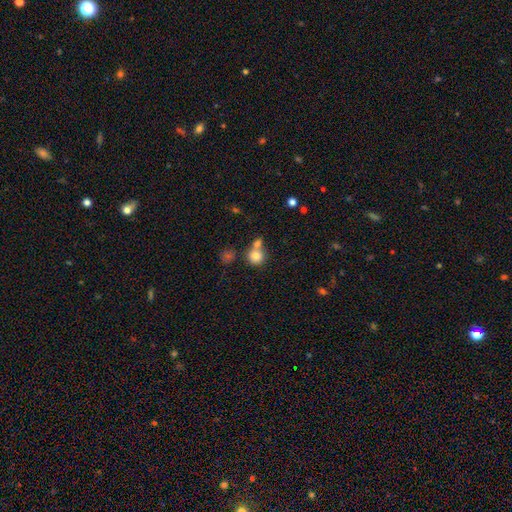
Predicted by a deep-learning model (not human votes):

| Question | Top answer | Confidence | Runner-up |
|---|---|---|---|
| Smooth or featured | smooth | 79% | star or artifact (11%) |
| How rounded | round | 86% | in between (13%) |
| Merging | none | 47% | merger (41%) |